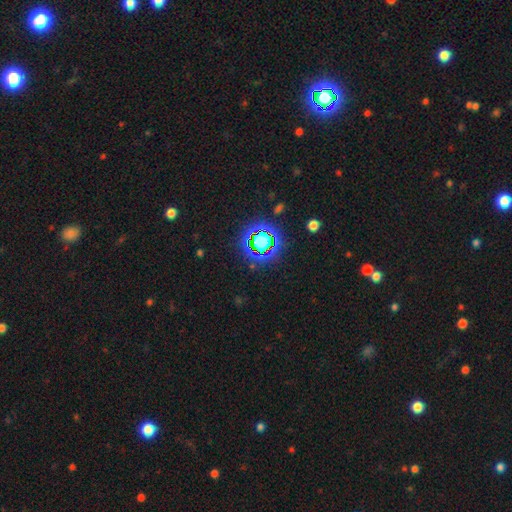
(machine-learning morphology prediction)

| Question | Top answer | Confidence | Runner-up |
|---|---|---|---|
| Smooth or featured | star or artifact | 81% | smooth (12%) |